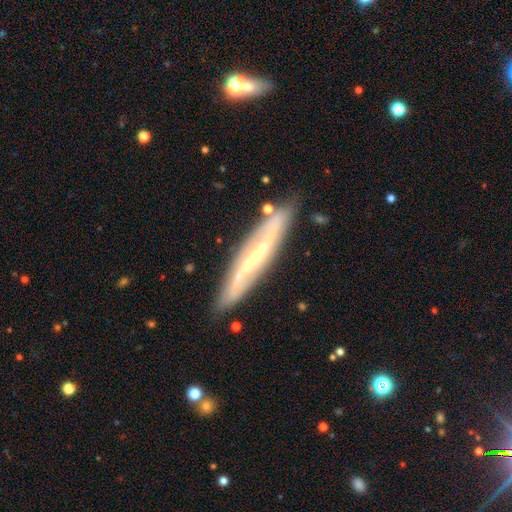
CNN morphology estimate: Smooth or featured: featured or disk — 76% (smooth — 18%)
Edge-on disk: yes — 57% (no — 43%)
Merging: none — 83% (minor disturbance — 12%)